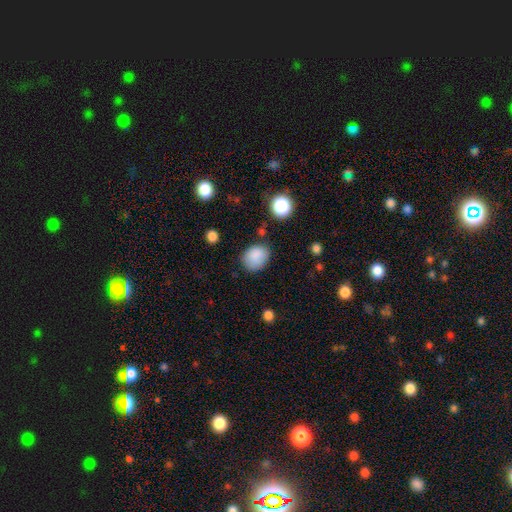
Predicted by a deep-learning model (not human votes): This is clearly a smooth galaxy (86%). How rounded: possibly in between (50%). Merging: likely none (73%).